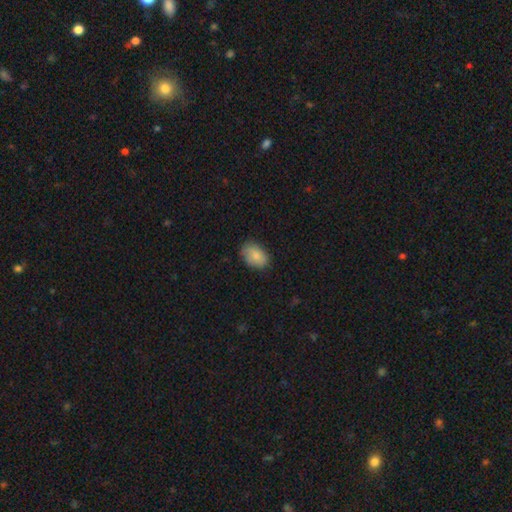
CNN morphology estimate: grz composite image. It shows a smooth galaxy with no disk features (85%) that is in between round and cigar-shaped (83%). Merging: none (77%).